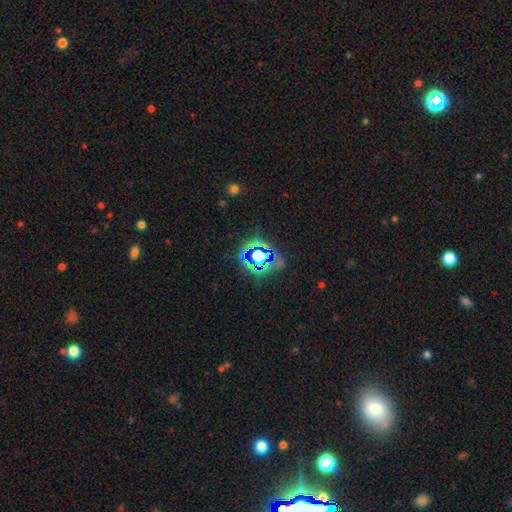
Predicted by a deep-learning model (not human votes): Smooth or featured? Predicted: star or artifact (p=0.65).